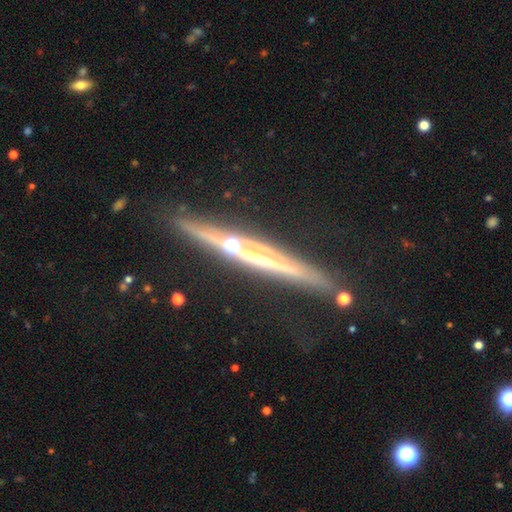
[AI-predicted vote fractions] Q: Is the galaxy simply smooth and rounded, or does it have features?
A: featured or disk — 80%.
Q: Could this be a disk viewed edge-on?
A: yes — 97%.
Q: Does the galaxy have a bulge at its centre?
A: rounded — 51%.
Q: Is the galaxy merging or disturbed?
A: none — 78%.